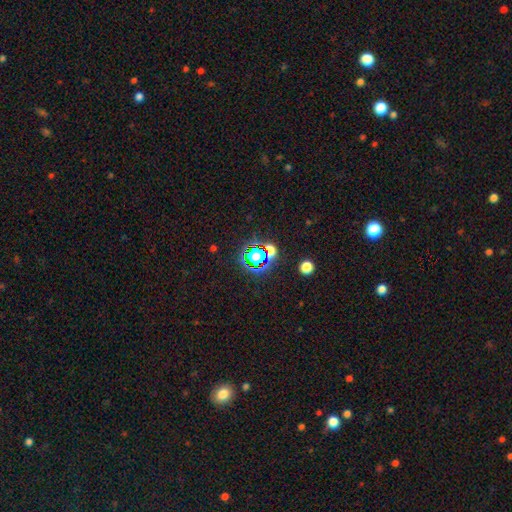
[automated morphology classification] This appears to be a star or artifact, not a galaxy (60%).